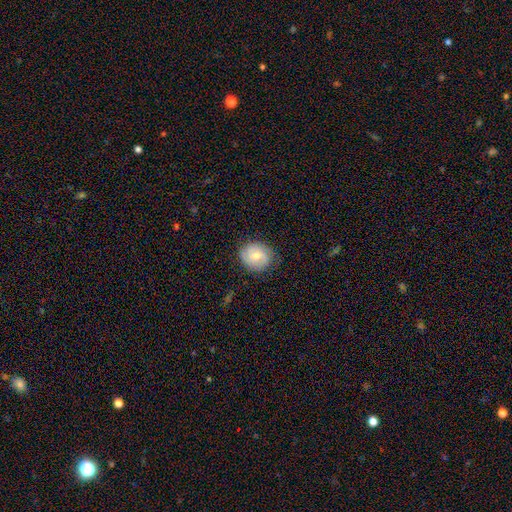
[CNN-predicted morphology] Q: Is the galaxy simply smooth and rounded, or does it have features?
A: smooth — 56%.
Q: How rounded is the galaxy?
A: round — 70%.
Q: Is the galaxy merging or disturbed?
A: none — 78%.